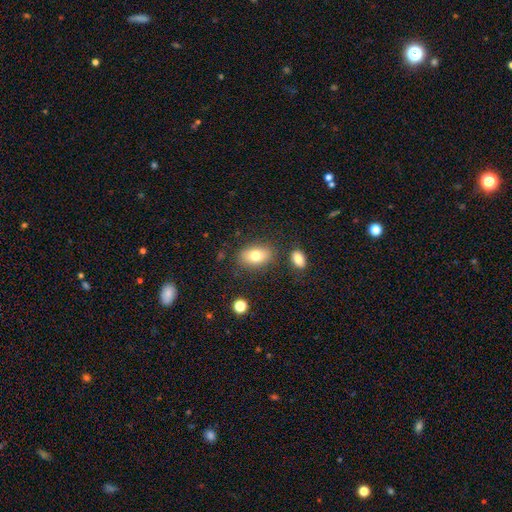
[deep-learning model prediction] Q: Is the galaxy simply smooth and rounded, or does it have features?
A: smooth — 78%.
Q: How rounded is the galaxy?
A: in between — 86%.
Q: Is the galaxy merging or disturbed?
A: none — 80%.